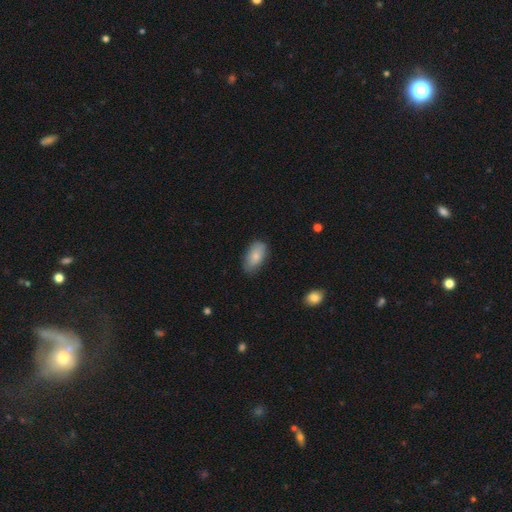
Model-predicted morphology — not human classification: smooth_or_featured: smooth (p=0.82) [alt: featured or disk p=0.11]
how_rounded: in between (p=0.93) [alt: round p=0.04]
merging: none (p=0.77) [alt: minor disturbance p=0.19]